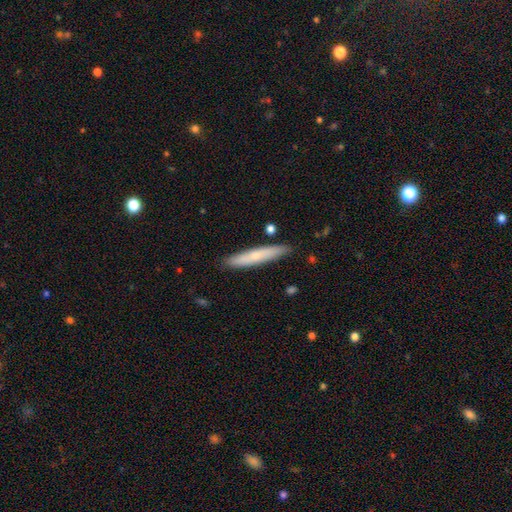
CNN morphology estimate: Smooth or featured? Predicted: smooth (p=0.65). How rounded? Predicted: cigar-shaped (p=0.92). Merging? Predicted: none (p=0.87).